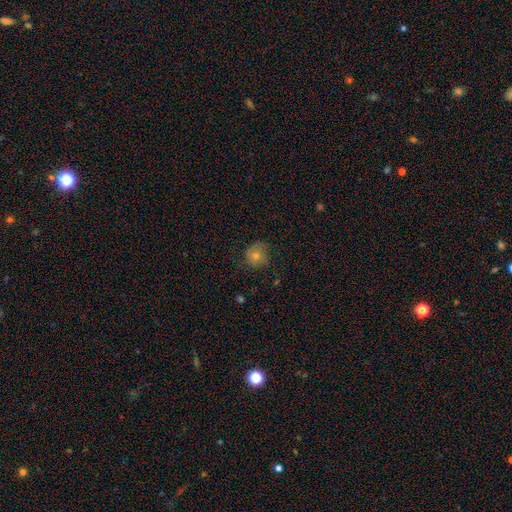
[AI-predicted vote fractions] Smooth or featured: smooth — 53% (featured or disk — 32%)
How rounded: round — 82% (in between — 17%)
Merging: none — 69% (minor disturbance — 21%)